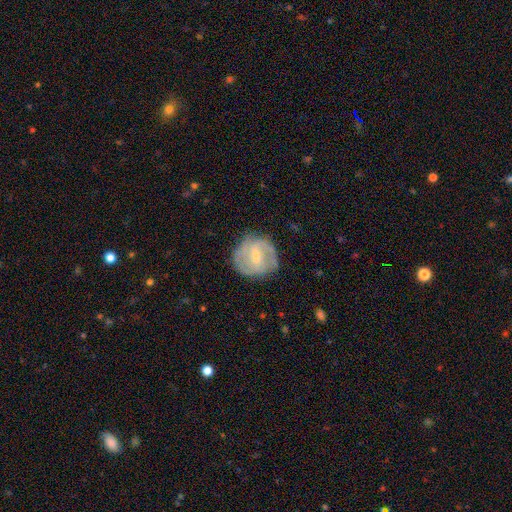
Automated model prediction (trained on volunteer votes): This appears to be a featured or disk galaxy (73%) with a weak bar (58%), 2 (60%) medium (44%) spiral arms (88%) and a small central bulge (60%). Merging: none (72%).